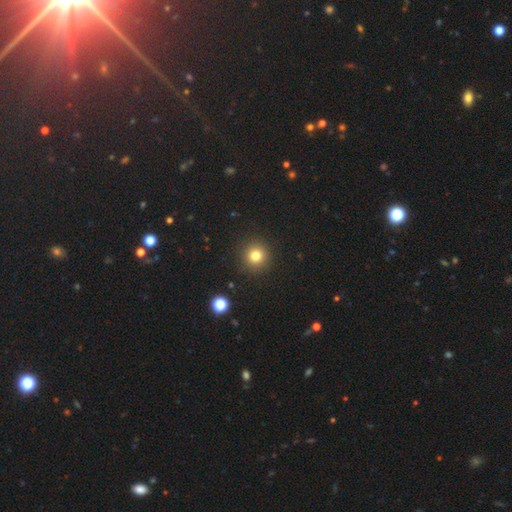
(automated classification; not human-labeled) Smooth or featured? Predicted: smooth (p=0.80). How rounded? Predicted: round (p=0.94). Merging? Predicted: none (p=0.91).